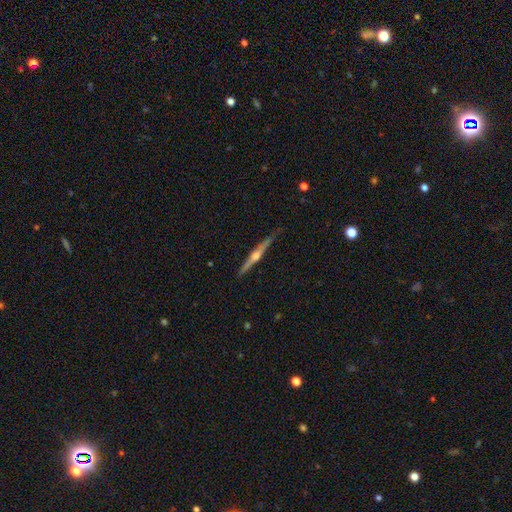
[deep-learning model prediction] featured or disk 82%, smooth 12%, star or artifact 5%. Down the decision tree: edge-on disk — yes (98%); edge-on bulge — rounded (93%); merging — none (86%).